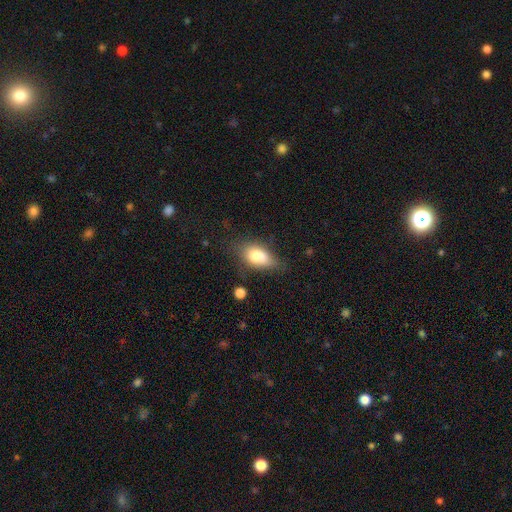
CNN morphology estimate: Smooth or featured?
  - smooth: 76% *
  - featured or disk: 15%
  - star or artifact: 9%
How rounded?
  - in between: 86% *
  - round: 10%
  - cigar-shaped: 4%
Merging?
  - none: 49% *
  - minor disturbance: 32%
  - major disturbance: 11%
  - merger: 8%